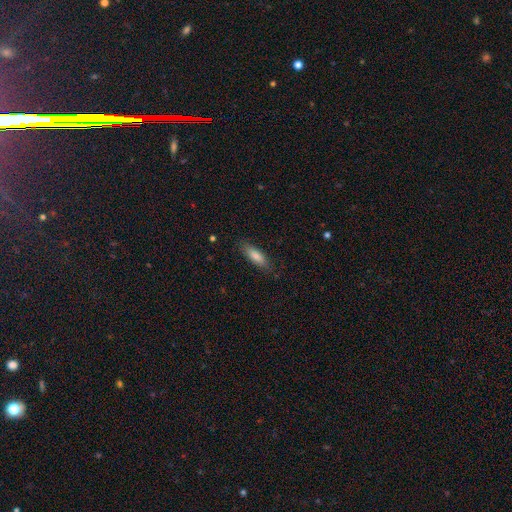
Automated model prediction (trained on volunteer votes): A smooth galaxy with no disk features (81%) that is in between round and cigar-shaped (50%).

Vote fractions:
- Smooth or featured? smooth: 81% / featured or disk: 13% / star or artifact: 6%
- How rounded? in between: 50% / cigar-shaped: 48% / round: 2%
- Merging? none: 83% / minor disturbance: 13% / major disturbance: 3% / merger: 1%